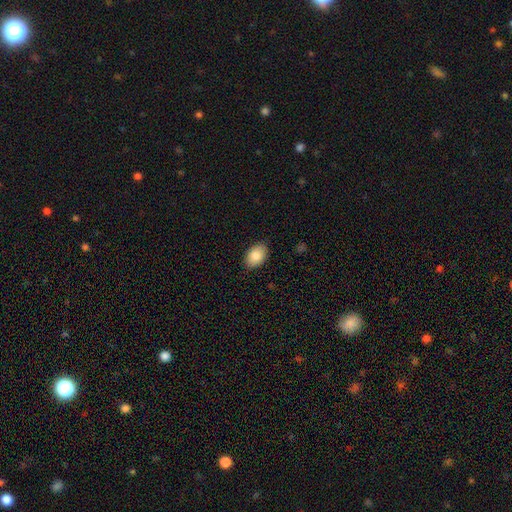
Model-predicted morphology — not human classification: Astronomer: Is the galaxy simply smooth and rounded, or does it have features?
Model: smooth — 88%.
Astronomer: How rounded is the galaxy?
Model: in between — 89%.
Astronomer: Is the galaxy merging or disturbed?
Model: none — 87%.